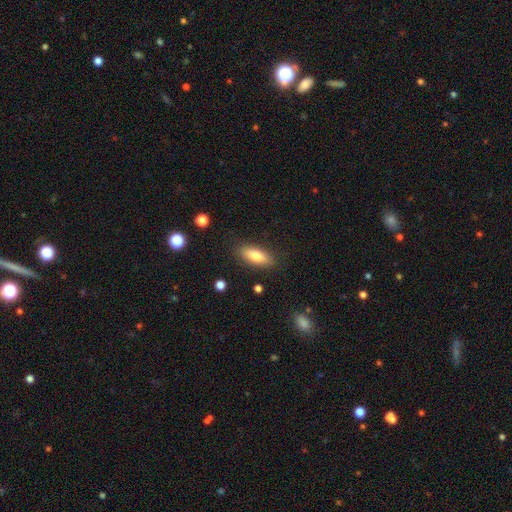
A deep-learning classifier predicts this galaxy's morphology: Smooth or featured? Predicted: smooth (p=0.76). How rounded? Predicted: in between (p=0.72). Merging? Predicted: none (p=0.85).